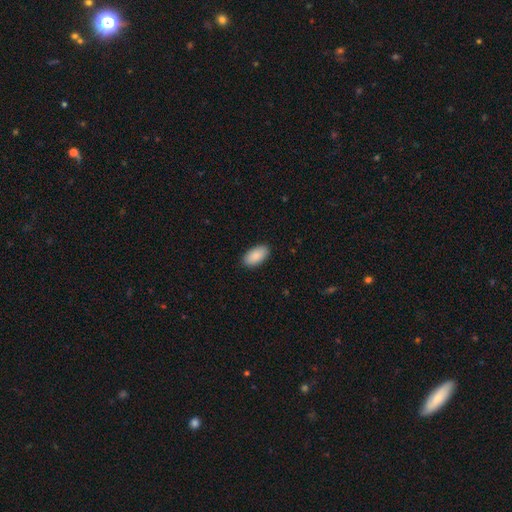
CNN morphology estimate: A smooth galaxy with no disk features (90%) that is in between round and cigar-shaped (95%). Merging: none (90%).